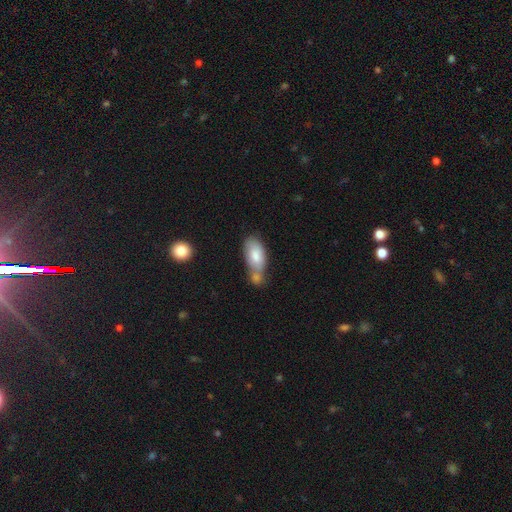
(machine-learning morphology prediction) Smooth or featured? smooth (74%)
How rounded? in between (89%)
Merging? merger (49%)